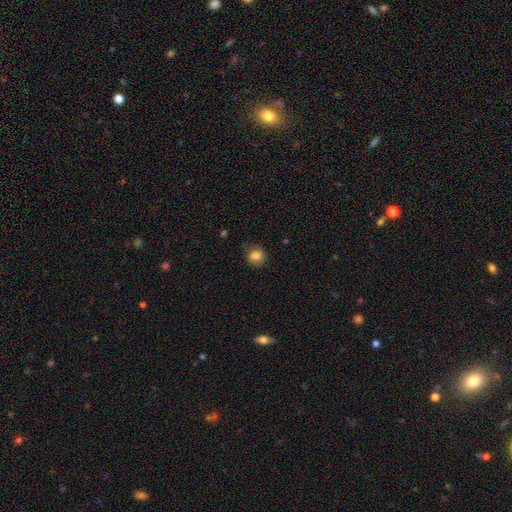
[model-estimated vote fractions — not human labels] The model was most divided on "how rounded": round: 68%, in between: 31%, cigar-shaped: 1%. More confident: smooth or featured — smooth (82%); merging — none (75%).